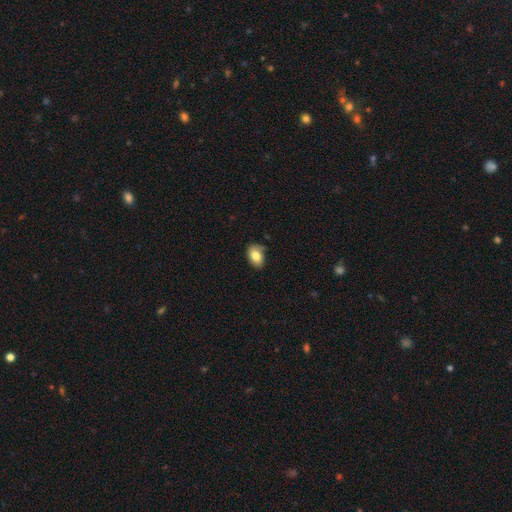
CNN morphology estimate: smooth_or_featured: smooth (p=0.81) [alt: featured or disk p=0.11]
how_rounded: in between (p=0.85) [alt: round p=0.14]
merging: none (p=0.71) [alt: minor disturbance p=0.22]